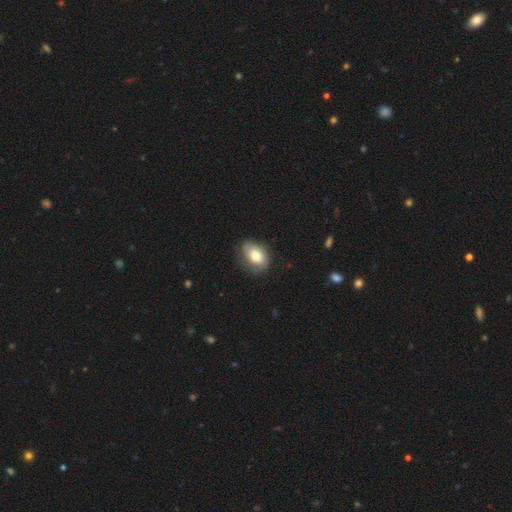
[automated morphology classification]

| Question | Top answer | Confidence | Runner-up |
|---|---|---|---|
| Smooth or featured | smooth | 72% | featured or disk (20%) |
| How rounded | in between | 82% | round (17%) |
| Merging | none | 67% | minor disturbance (24%) |